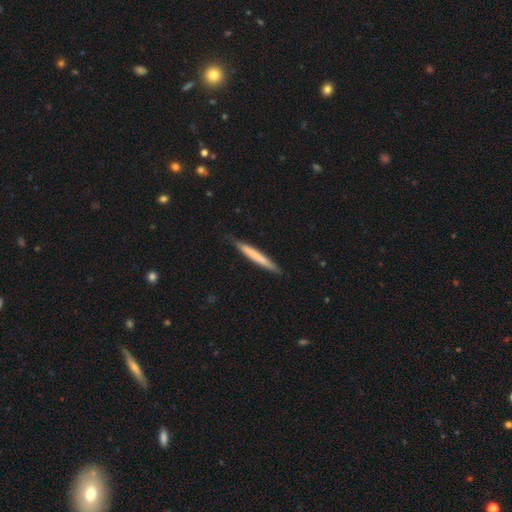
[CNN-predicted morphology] A smooth galaxy with no disk features (65%) that is cigar-shaped (96%). Merging: none (85%).